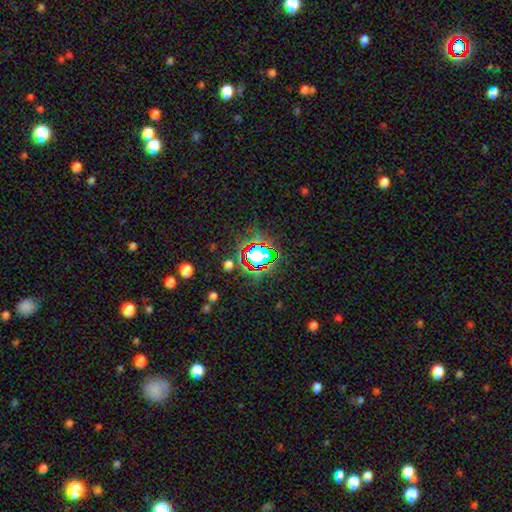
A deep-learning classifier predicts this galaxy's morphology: Smooth or featured: star or artifact — 64% (smooth — 24%)